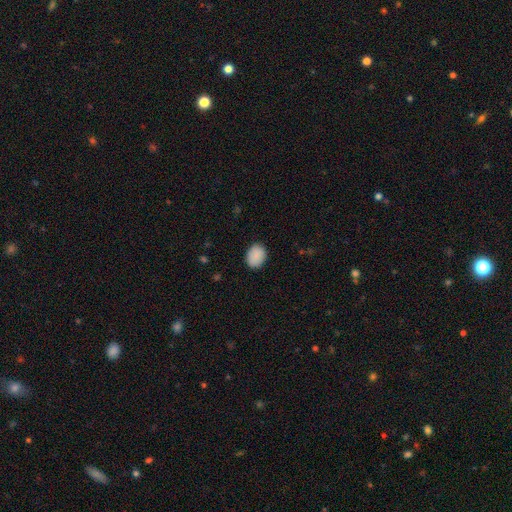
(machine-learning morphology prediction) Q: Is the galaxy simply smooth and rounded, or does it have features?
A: smooth — 89%.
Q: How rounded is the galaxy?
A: in between — 62%.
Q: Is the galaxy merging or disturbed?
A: none — 85%.